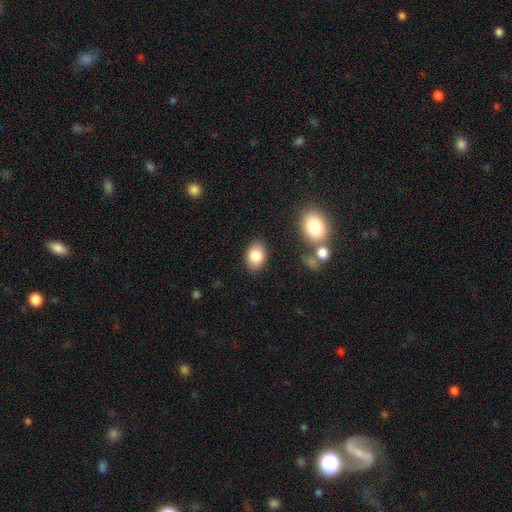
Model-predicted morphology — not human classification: smooth-or-featured: smooth: 83% | star or artifact: 8% | featured or disk: 8%
  how-rounded: in between: 75% | round: 24% | cigar-shaped: 1%
  merging: none: 84% | minor disturbance: 10% | merger: 3% | major disturbance: 3%